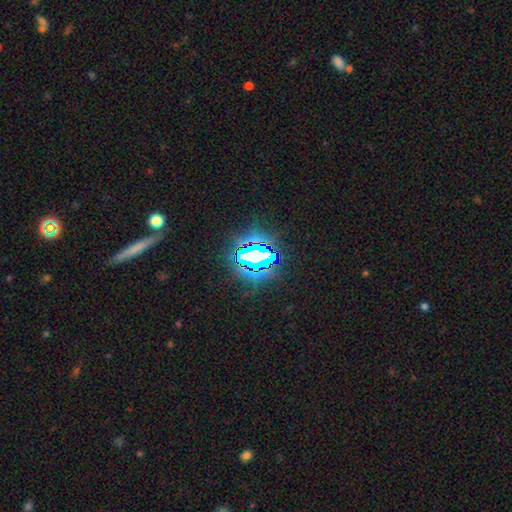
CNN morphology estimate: smooth-or-featured: star or artifact: 73% | smooth: 15% | featured or disk: 12%